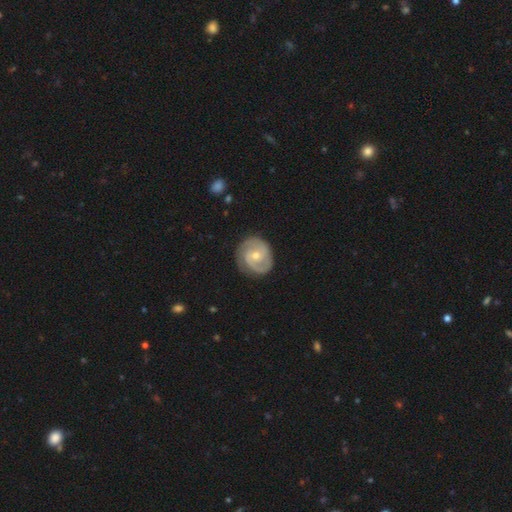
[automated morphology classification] Q: Smooth or featured?
A: featured or disk (80%); runner-up: smooth (15%)
Q: Edge-on disk?
A: no (98%); runner-up: yes (2%)
Q: Bar?
A: no (60%); runner-up: weak (33%)
Q: Spiral arms?
A: yes (94%); runner-up: no (6%)
Q: Spiral winding?
A: tight (52%); runner-up: medium (38%)
Q: Spiral arm count?
A: 2 (73%); runner-up: can't tell (11%)
Q: Bulge size?
A: small (50%); runner-up: moderate (47%)
Q: Merging?
A: none (79%); runner-up: minor disturbance (15%)